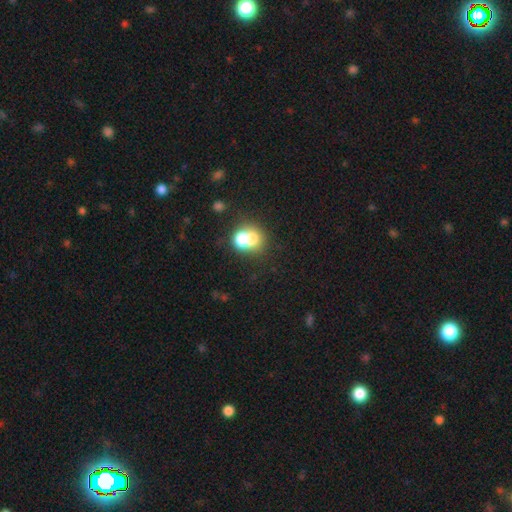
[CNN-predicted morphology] Smooth or featured: smooth — 60% (star or artifact — 23%)
How rounded: round — 70% (in between — 29%)
Merging: none — 47% (merger — 35%)